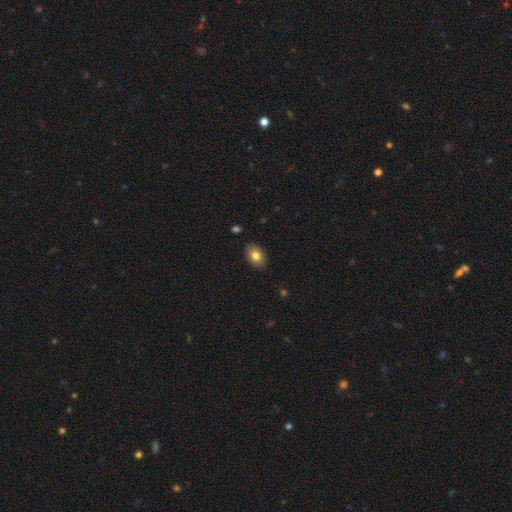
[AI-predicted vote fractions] A smooth galaxy with no disk features (81%) that is in between round and cigar-shaped (86%). Merging: none (86%).